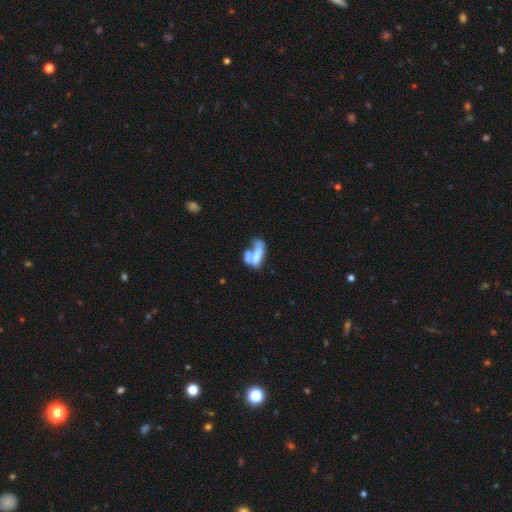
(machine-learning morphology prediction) Smooth or featured: smooth — 52% (featured or disk — 38%)
How rounded: in between — 73% (cigar-shaped — 23%)
Merging: merger — 56% (major disturbance — 18%)